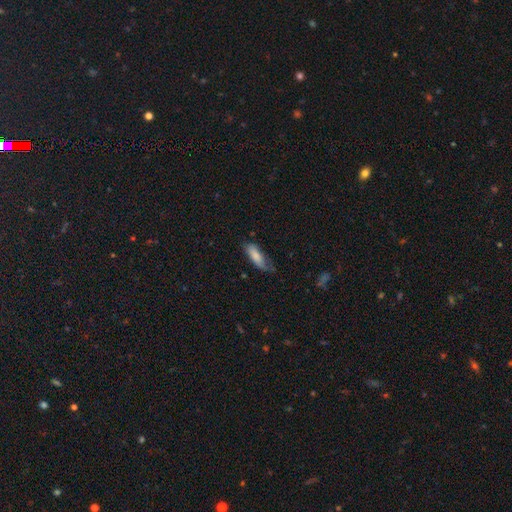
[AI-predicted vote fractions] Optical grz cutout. It shows a smooth galaxy with no disk features (79%) that is in between round and cigar-shaped (61%). Merging: none (50%).